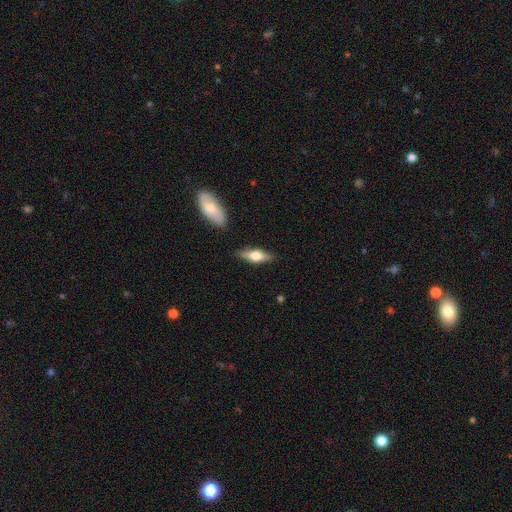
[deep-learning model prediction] Morphology: type=featured or disk (55%); edge-on=yes (93%); edge-on bulge=rounded (93%); merging=none (85%).